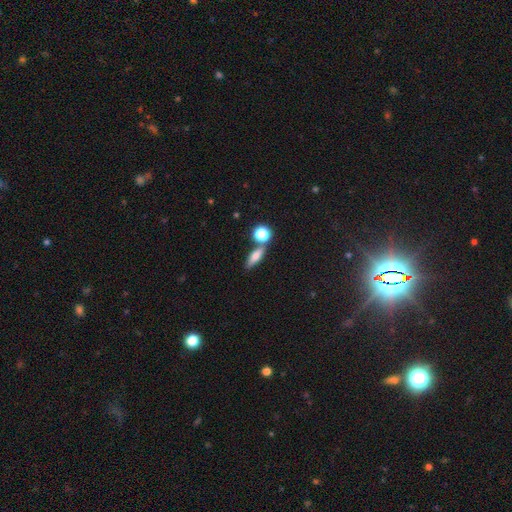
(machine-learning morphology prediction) smooth_or_featured: smooth (p=0.63) [alt: featured or disk p=0.26]
how_rounded: in between (p=0.45) [alt: cigar-shaped p=0.39]
merging: none (p=0.68) [alt: merger p=0.18]